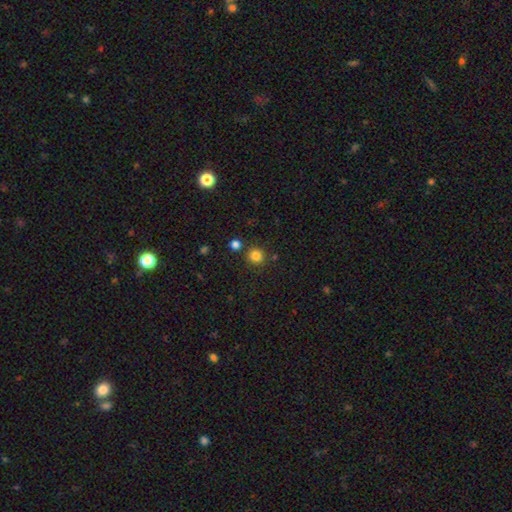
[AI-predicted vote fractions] Overall: smooth (82%). How rounded: round (93%). Merging: none (85%).